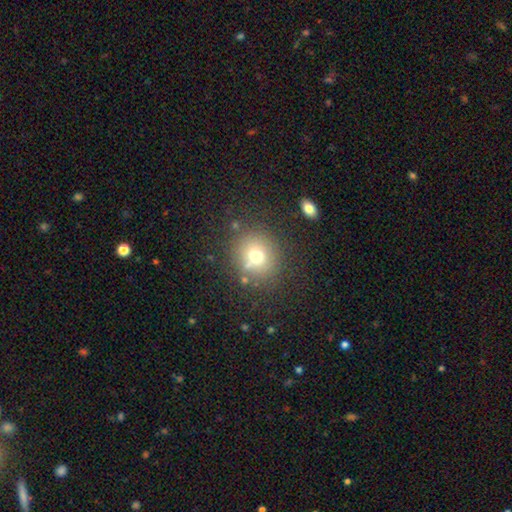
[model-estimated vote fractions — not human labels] The model was most divided on "smooth or featured": smooth: 68%, star or artifact: 17%, featured or disk: 15%. More confident: how rounded — round (85%); merging — none (77%).